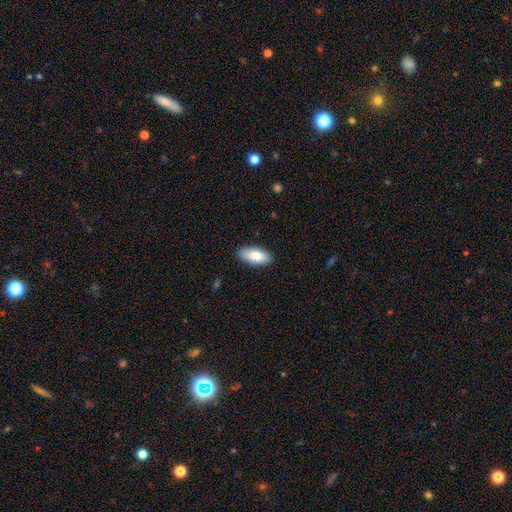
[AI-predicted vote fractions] This is likely a smooth galaxy (79%). How rounded: clearly in between (88%). Merging: clearly none (89%).